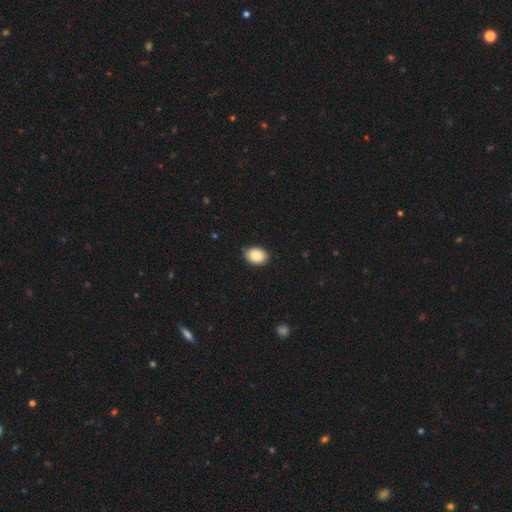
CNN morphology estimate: Smooth or featured?
  - smooth: 87% *
  - star or artifact: 8%
  - featured or disk: 6%
How rounded?
  - in between: 68% *
  - round: 31%
  - cigar-shaped: 1%
Merging?
  - none: 88% *
  - minor disturbance: 10%
  - major disturbance: 2%
  - merger: 1%